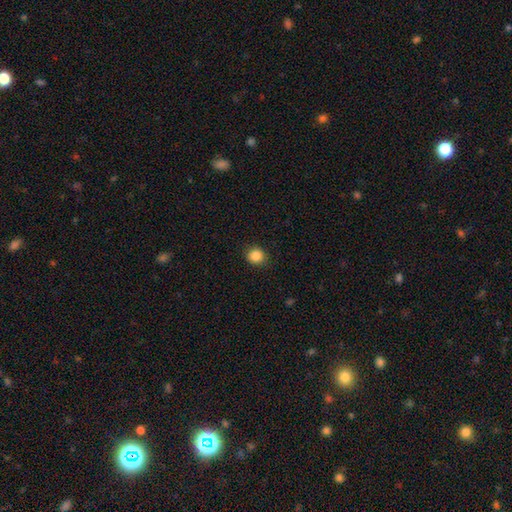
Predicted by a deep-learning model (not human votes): Smooth or featured? smooth (86%)
How rounded? round (85%)
Merging? none (89%)